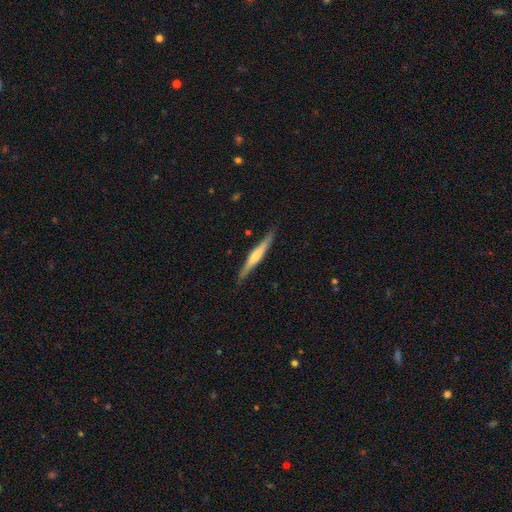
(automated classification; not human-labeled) smooth-or-featured: featured or disk: 54% | smooth: 41% | star or artifact: 5%
  disk-edge-on: yes: 97% | no: 3%
    edge-on-bulge: rounded: 48% | boxy: 27% | none: 25%
  merging: none: 87% | minor disturbance: 10% | major disturbance: 2% | merger: 1%